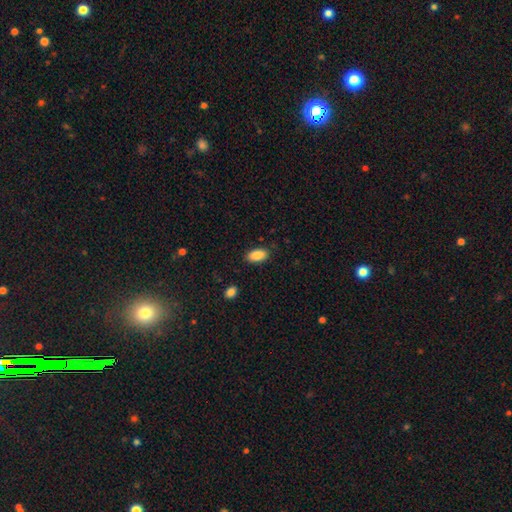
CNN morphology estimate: This is clearly a smooth galaxy (89%). How rounded: clearly in between (93%). Merging: clearly none (87%).